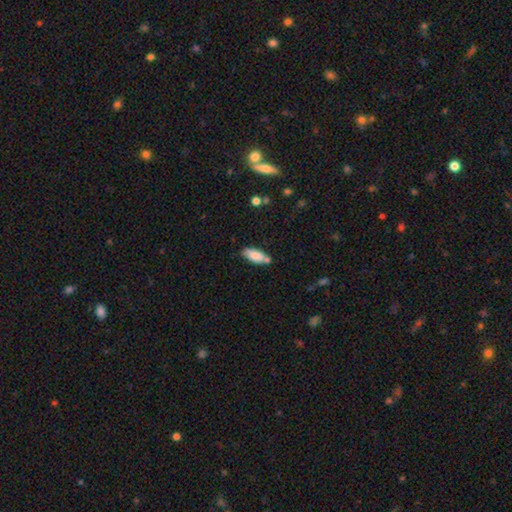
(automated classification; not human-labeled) This appears to be a smooth galaxy with no disk features (84%) that is in between round and cigar-shaped (82%). Merging: none (63%).